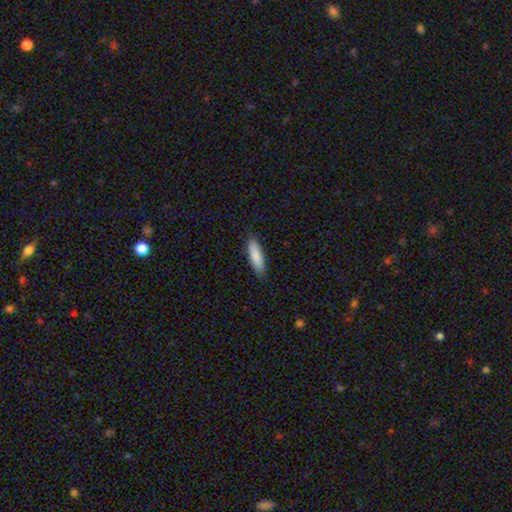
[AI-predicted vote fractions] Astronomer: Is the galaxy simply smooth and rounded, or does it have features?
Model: smooth — 87%.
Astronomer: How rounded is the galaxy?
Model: cigar-shaped — 56% (runner-up: in between, 43%).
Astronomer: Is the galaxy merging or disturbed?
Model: none — 86%.